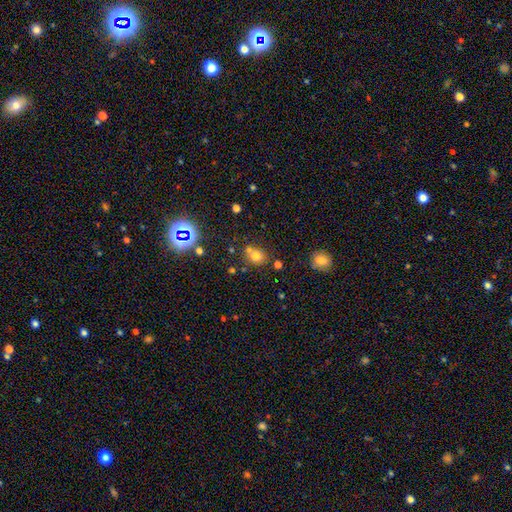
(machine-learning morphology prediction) This is likely a smooth galaxy (69%). How rounded: likely round (69%). Merging: possibly none (58%).